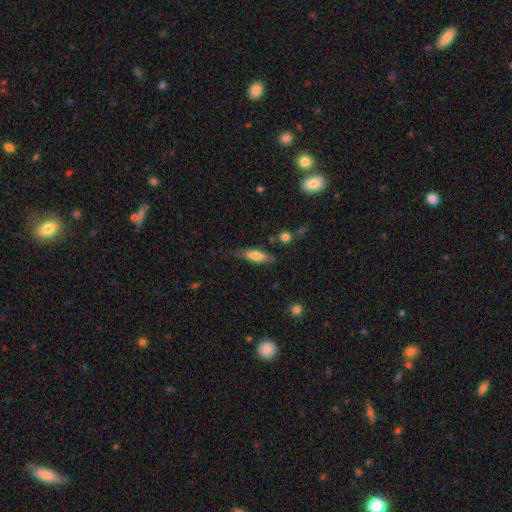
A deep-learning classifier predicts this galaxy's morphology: This appears to be a smooth galaxy with no disk features (69%) that is cigar-shaped (53%). Merging: none (63%).